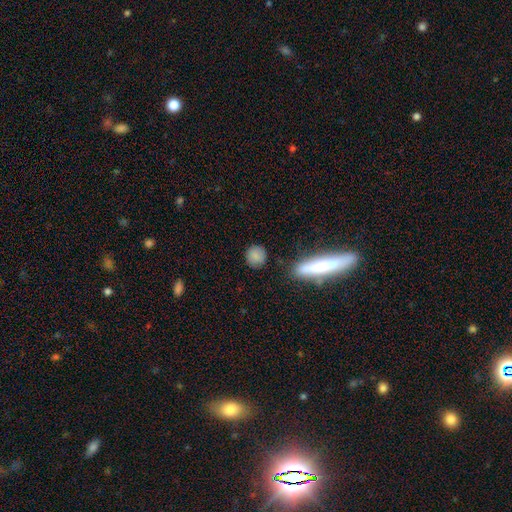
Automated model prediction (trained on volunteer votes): A smooth galaxy with no disk features (83%) that is round (82%).

Vote fractions:
- Smooth or featured? smooth: 83% / star or artifact: 9% / featured or disk: 7%
- How rounded? round: 82% / in between: 15% / cigar-shaped: 3%
- Merging? none: 82% / minor disturbance: 11% / major disturbance: 3% / merger: 3%